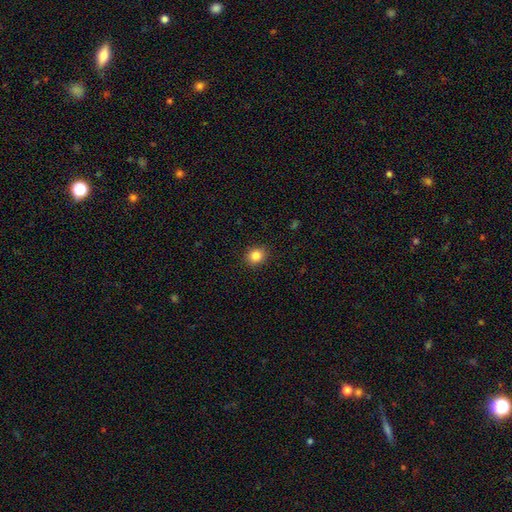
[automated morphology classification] A smooth galaxy with no disk features (85%) that is round (67%).

Vote fractions:
- Smooth or featured? smooth: 85% / star or artifact: 10% / featured or disk: 5%
- How rounded? round: 67% / in between: 33% / cigar-shaped: 1%
- Merging? none: 90% / minor disturbance: 7% / major disturbance: 2% / merger: 1%